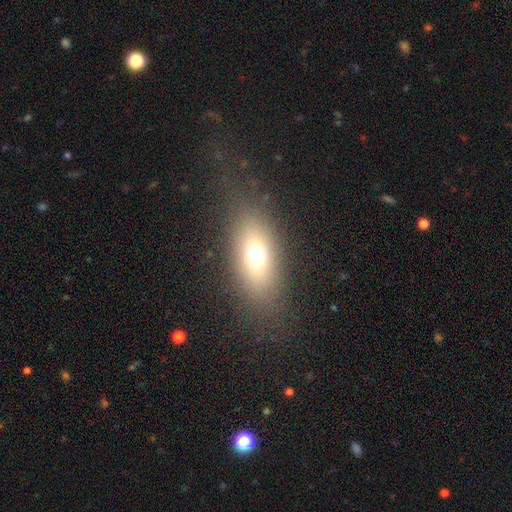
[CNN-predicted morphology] A smooth galaxy with no disk features (68%) that is in between round and cigar-shaped (79%). Merging: none (79%).